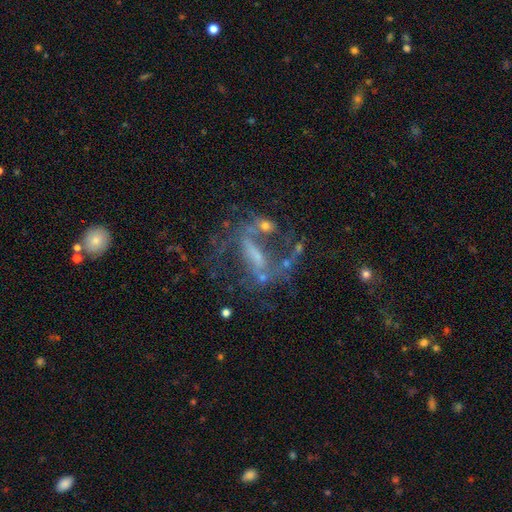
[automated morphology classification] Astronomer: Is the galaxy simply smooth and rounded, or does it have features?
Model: featured or disk — 72%.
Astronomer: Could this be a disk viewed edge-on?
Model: no — 91%.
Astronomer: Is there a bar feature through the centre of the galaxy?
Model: strong — 46% (runner-up: weak, 32%).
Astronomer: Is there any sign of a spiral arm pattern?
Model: yes — 62% (runner-up: no, 38%).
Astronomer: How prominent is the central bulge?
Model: none — 36%, tied with small at 36%.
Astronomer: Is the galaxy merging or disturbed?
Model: none — 43% (runner-up: major disturbance, 31%).